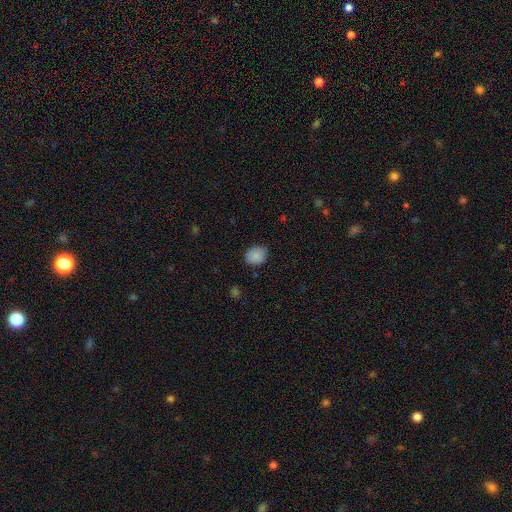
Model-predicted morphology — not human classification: Q: Smooth or featured?
A: smooth (87%); runner-up: star or artifact (8%)
Q: How rounded?
A: round (59%); runner-up: in between (40%)
Q: Merging?
A: none (82%); runner-up: minor disturbance (14%)